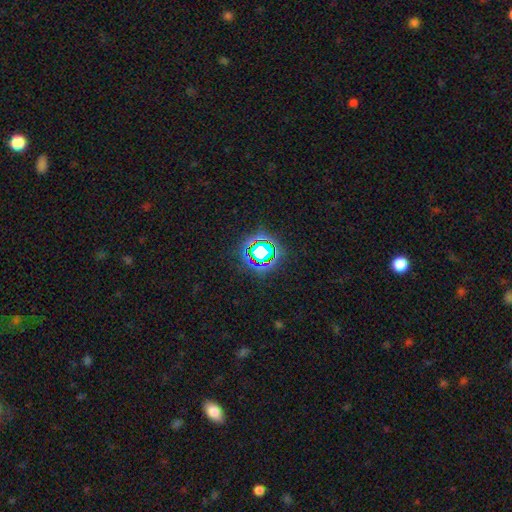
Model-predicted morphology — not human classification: type=star or artifact (79%).